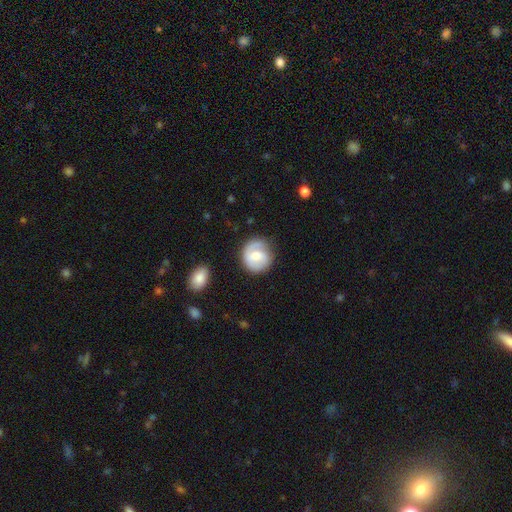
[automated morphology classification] smooth_or_featured: featured or disk (p=0.55) [alt: smooth p=0.39]
disk_edge_on: no (p=0.98) [alt: yes p=0.02]
bar: no (p=0.47) [alt: weak p=0.44]
has_spiral_arms: yes (p=0.84) [alt: no p=0.16]
bulge_size: moderate (p=0.61) [alt: small p=0.30]
merging: none (p=0.70) [alt: minor disturbance p=0.20]